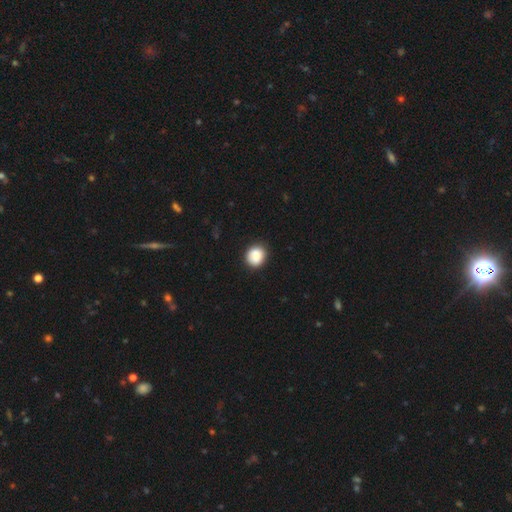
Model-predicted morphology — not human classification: This appears to be a smooth galaxy with no disk features (87%) that is round (74%). Merging: none (84%).